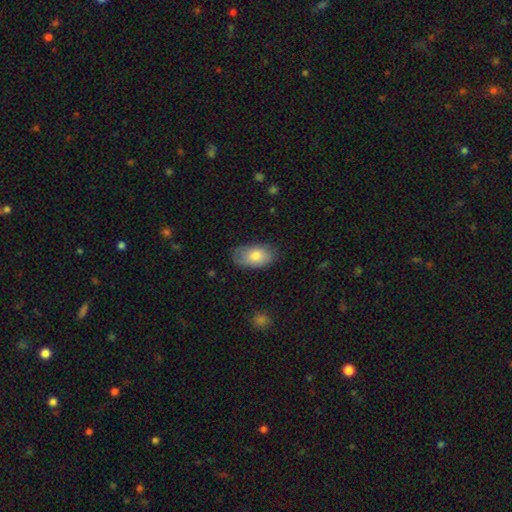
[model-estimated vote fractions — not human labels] Overall: smooth (80%). How rounded: in between (93%). Merging: none (73%).